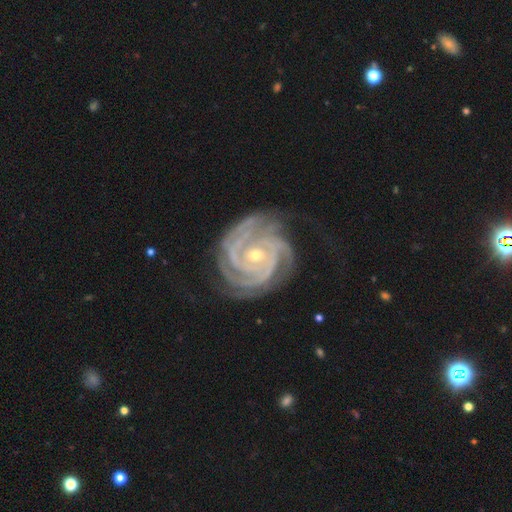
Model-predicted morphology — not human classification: Smooth or featured? Predicted: featured or disk (p=0.93). Edge-on disk? Predicted: no (p=0.98). Bar? Predicted: no (p=0.63). Spiral arms? Predicted: yes (p=0.99). Spiral winding? Predicted: tight (p=0.81). Spiral arm count? Predicted: 4 (p=0.31). Bulge size? Predicted: small (p=0.55). Merging? Predicted: none (p=0.74).